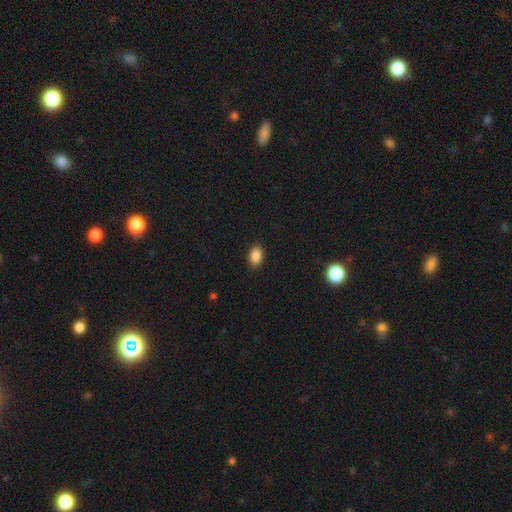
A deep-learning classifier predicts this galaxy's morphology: This is clearly a smooth galaxy (87%). How rounded: clearly in between (90%). Merging: clearly none (89%).